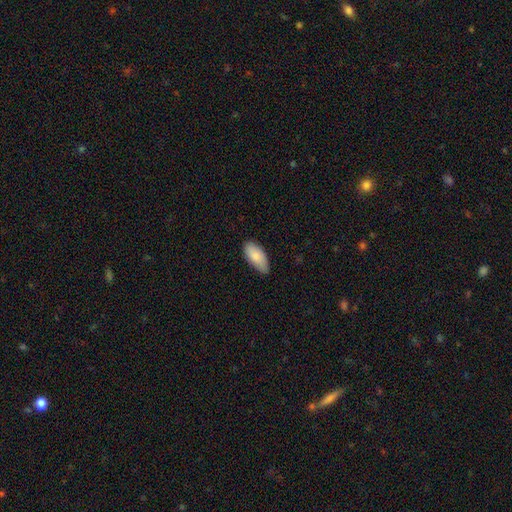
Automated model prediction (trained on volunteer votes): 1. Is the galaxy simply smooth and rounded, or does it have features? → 85% smooth, 9% featured or disk, 6% star or artifact.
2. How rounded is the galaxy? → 92% in between, 6% cigar-shaped, 2% round.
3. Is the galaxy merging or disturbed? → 74% none, 22% minor disturbance, 3% major disturbance, 1% merger.